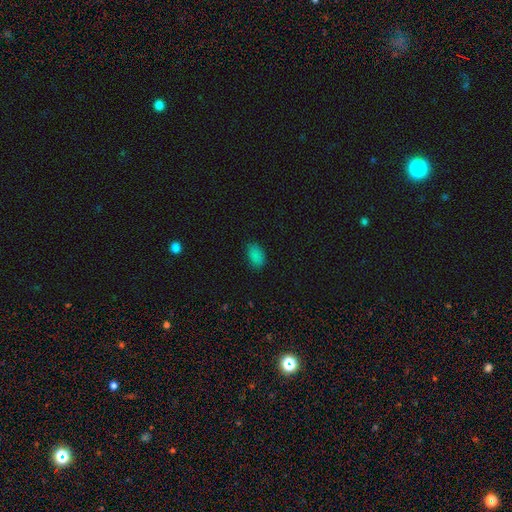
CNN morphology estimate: A smooth galaxy with no disk features (84%) that is in between round and cigar-shaped (92%).

Vote fractions:
- Smooth or featured? smooth: 84% / star or artifact: 12% / featured or disk: 4%
- How rounded? in between: 92% / round: 6% / cigar-shaped: 2%
- Merging? none: 80% / minor disturbance: 16% / major disturbance: 3% / merger: 1%